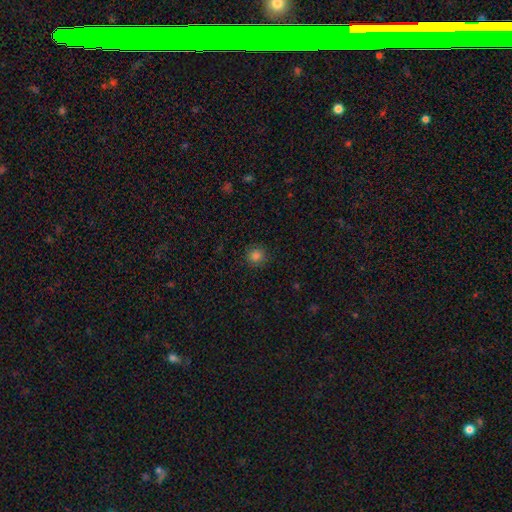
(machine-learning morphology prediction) Smooth or featured? smooth (83%)
How rounded? round (93%)
Merging? none (89%)